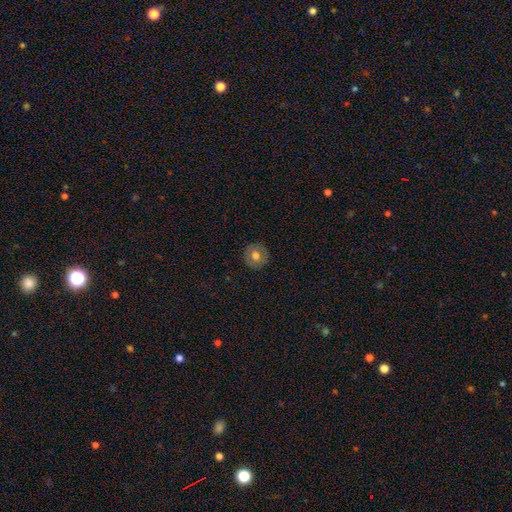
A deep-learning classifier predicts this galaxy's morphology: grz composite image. It shows a smooth galaxy with no disk features (69%) that is round (94%). Merging: none (90%).